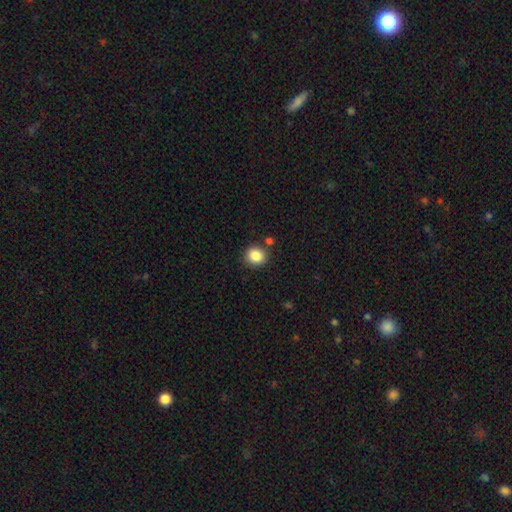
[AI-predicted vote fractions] Smooth or featured?
  - smooth: 86% *
  - star or artifact: 10%
  - featured or disk: 4%
How rounded?
  - round: 84% *
  - in between: 15%
  - cigar-shaped: 1%
Merging?
  - none: 82% *
  - minor disturbance: 9%
  - merger: 6%
  - major disturbance: 3%